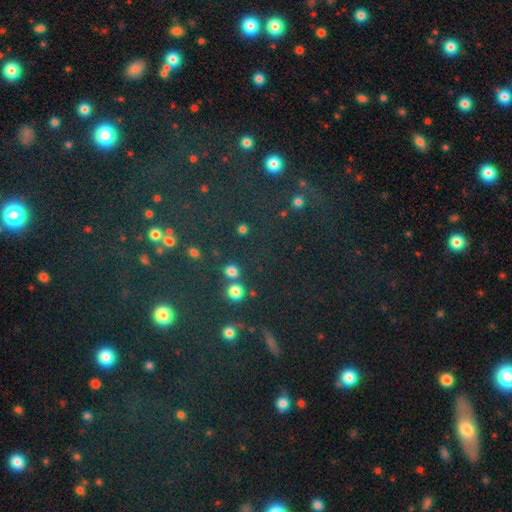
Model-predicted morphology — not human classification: A star or artifact, not a galaxy (67%).